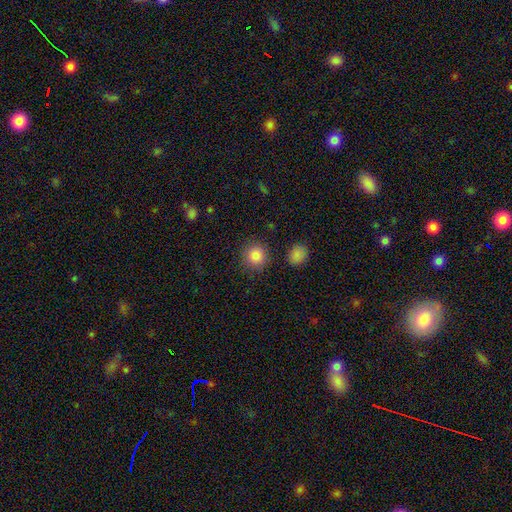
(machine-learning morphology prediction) Smooth or featured: smooth — 86% (star or artifact — 10%)
How rounded: round — 91% (in between — 8%)
Merging: none — 87% (minor disturbance — 7%)